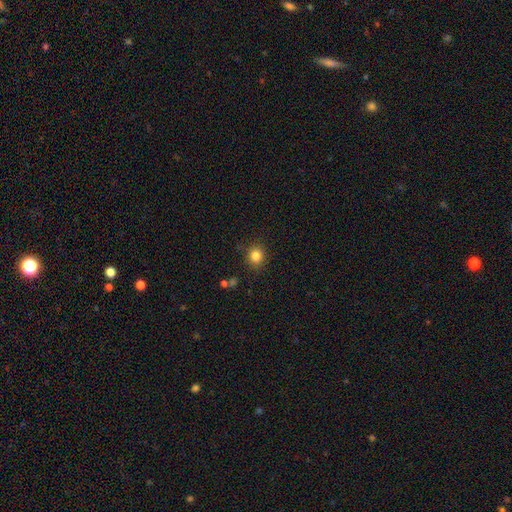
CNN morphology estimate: A smooth galaxy with no disk features (84%) that is round (81%).

Vote fractions:
- Smooth or featured? smooth: 84% / star or artifact: 11% / featured or disk: 5%
- How rounded? round: 81% / in between: 18% / cigar-shaped: 1%
- Merging? none: 85% / minor disturbance: 10% / major disturbance: 3% / merger: 2%